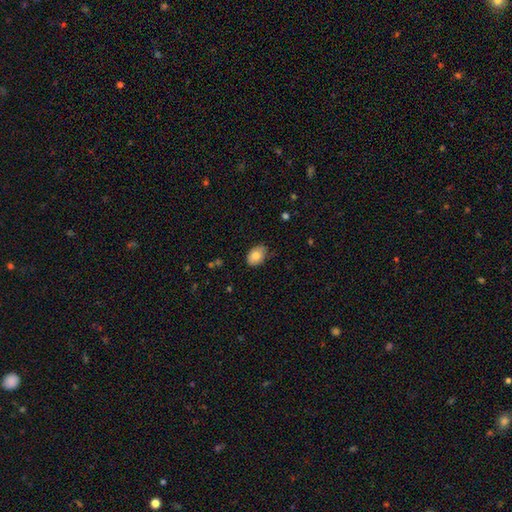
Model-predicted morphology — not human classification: Smooth or featured? Predicted: smooth (p=0.80). How rounded? Predicted: in between (p=0.79). Merging? Predicted: none (p=0.74).